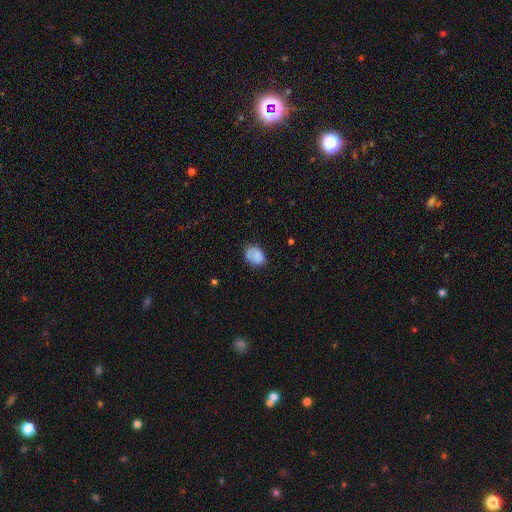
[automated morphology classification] Smooth or featured? smooth (83%)
How rounded? in between (68%)
Merging? none (71%)